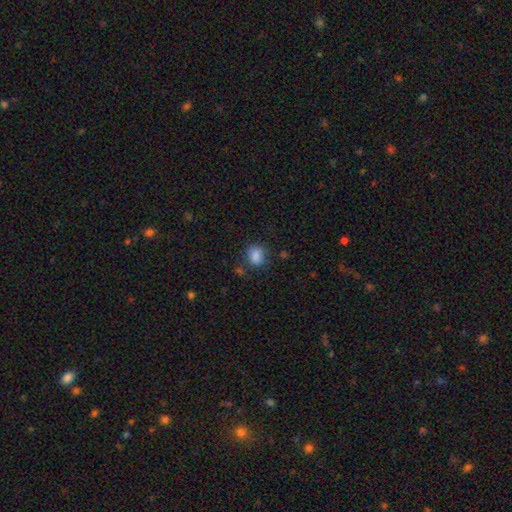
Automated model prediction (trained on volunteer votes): Smooth or featured? Predicted: smooth (p=0.85). How rounded? Predicted: in between (p=0.50). Merging? Predicted: none (p=0.71).